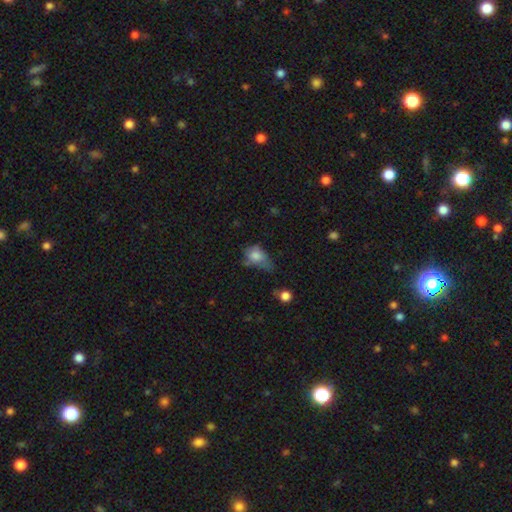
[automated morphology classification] smooth_or_featured: smooth (p=0.73) [alt: featured or disk p=0.17]
how_rounded: in between (p=0.77) [alt: round p=0.21]
merging: minor disturbance (p=0.37) [alt: major disturbance p=0.31]